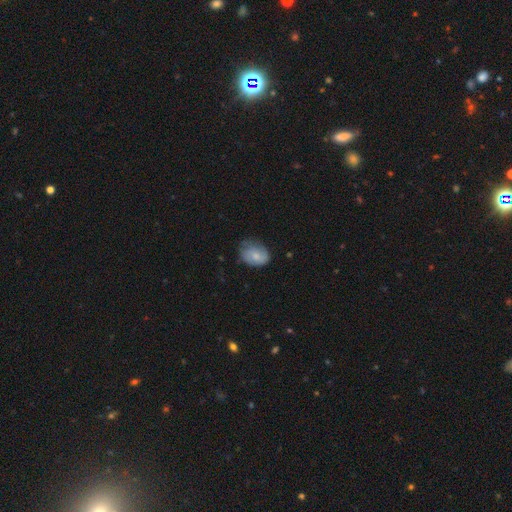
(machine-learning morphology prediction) Smooth or featured: smooth — 70% (featured or disk — 23%)
How rounded: in between — 72% (round — 27%)
Merging: none — 55% (minor disturbance — 33%)